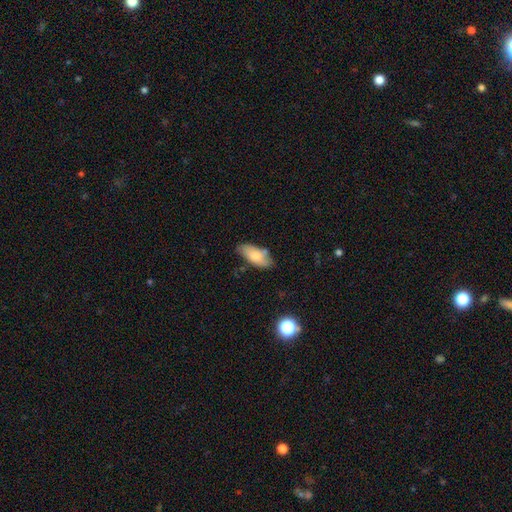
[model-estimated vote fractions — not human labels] Smooth or featured? smooth (77%)
How rounded? in between (87%)
Merging? none (67%)